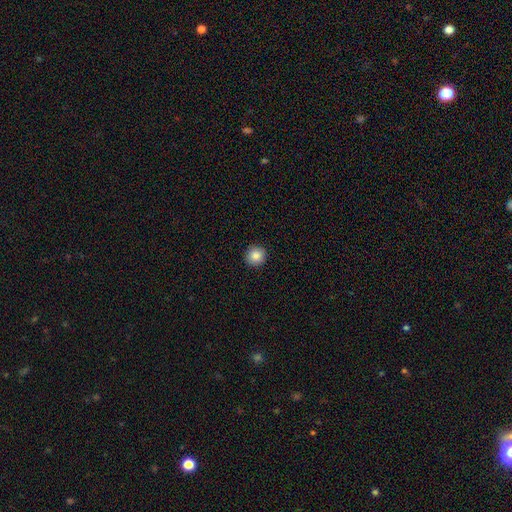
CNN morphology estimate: Smooth or featured: smooth — 86% (star or artifact — 9%)
How rounded: round — 95% (in between — 5%)
Merging: none — 92% (minor disturbance — 5%)